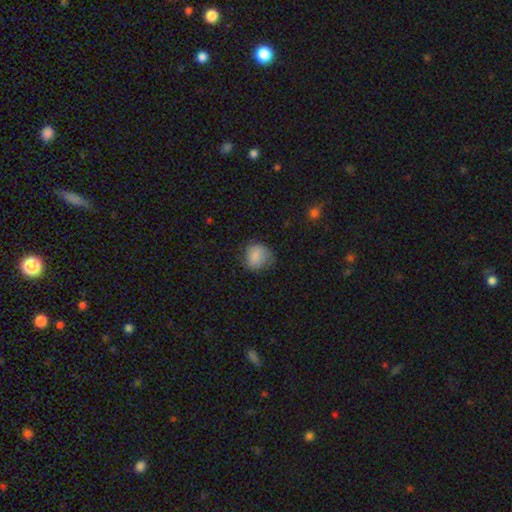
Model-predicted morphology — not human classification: smooth 82%, featured or disk 10%, star or artifact 8%. Down the decision tree: how rounded — round (73%); merging — none (63%).